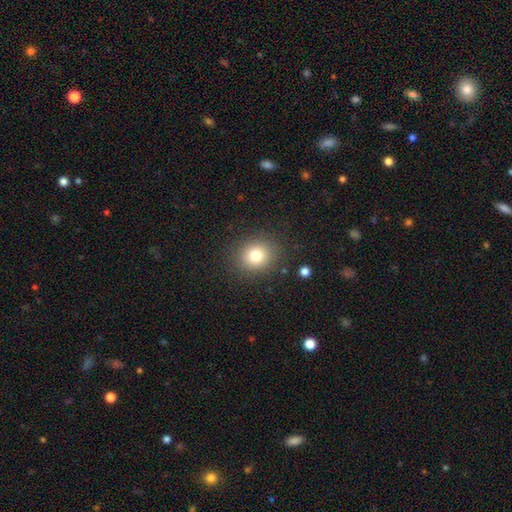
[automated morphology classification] A smooth galaxy with no disk features (78%) that is round (79%). Merging: none (87%).